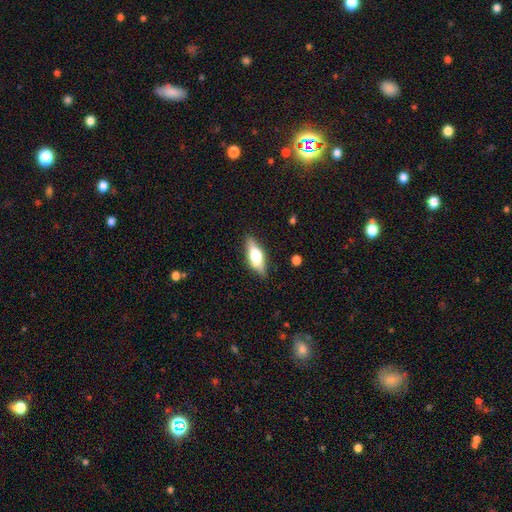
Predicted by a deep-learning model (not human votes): A featured or disk galaxy (49%). Merging: none (85%).